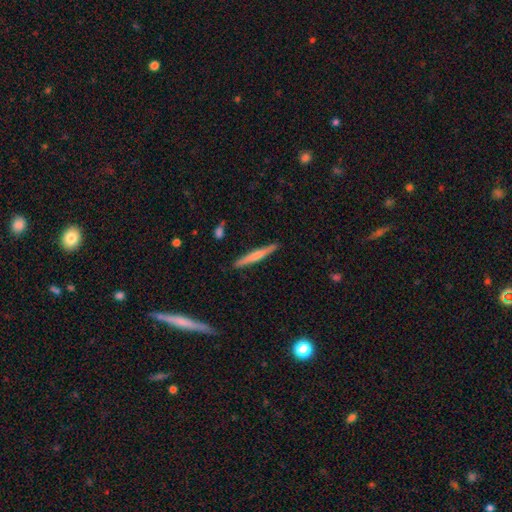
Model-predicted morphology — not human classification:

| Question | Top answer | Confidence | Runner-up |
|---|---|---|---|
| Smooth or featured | smooth | 54% | featured or disk (40%) |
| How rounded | cigar-shaped | 95% | in between (3%) |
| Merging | none | 89% | minor disturbance (8%) |